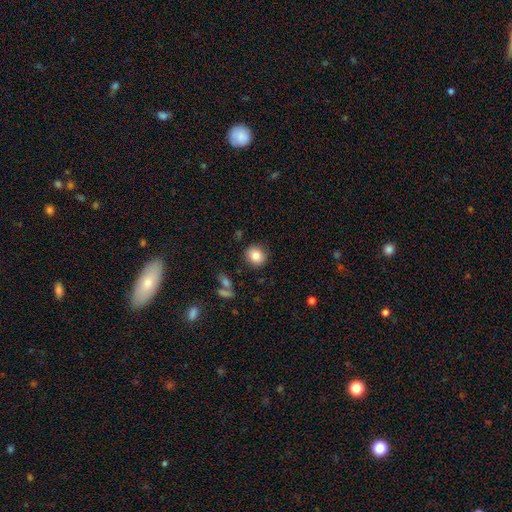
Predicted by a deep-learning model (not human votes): smooth 84%, star or artifact 9%, featured or disk 7%. Down the decision tree: how rounded — round (80%); merging — none (87%).